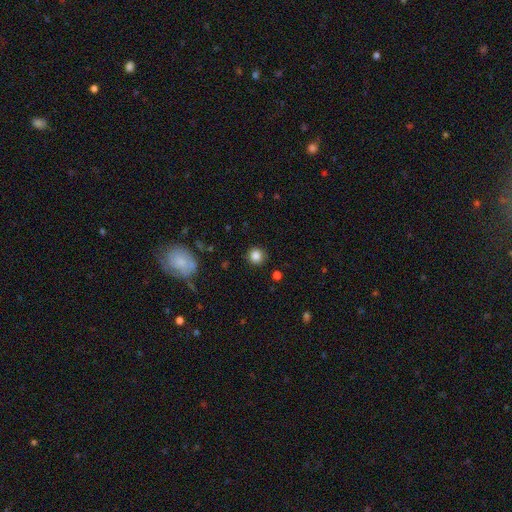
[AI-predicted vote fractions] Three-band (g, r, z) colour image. It shows a smooth galaxy with no disk features (85%) that is round (92%). Merging: none (90%).